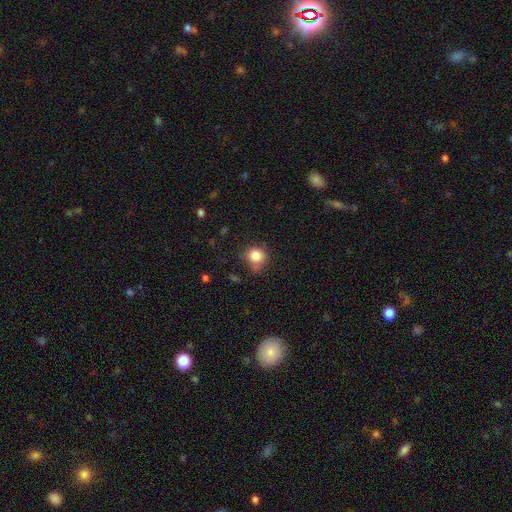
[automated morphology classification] A smooth galaxy with no disk features (83%) that is round (84%). Merging: none (67%).